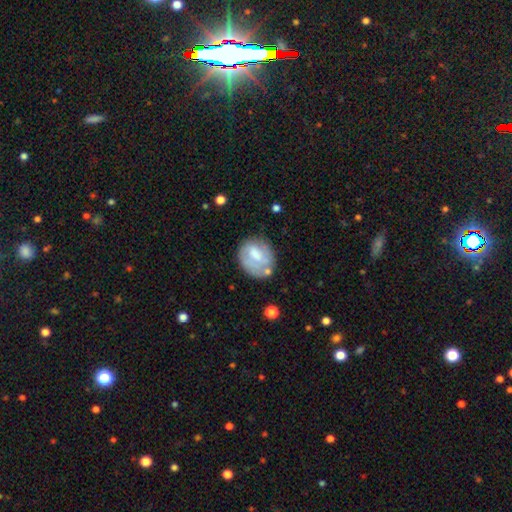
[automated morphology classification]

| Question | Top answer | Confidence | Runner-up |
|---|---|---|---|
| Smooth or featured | smooth | 52% | featured or disk (41%) |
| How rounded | round | 51% | in between (48%) |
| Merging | none | 53% | minor disturbance (26%) |